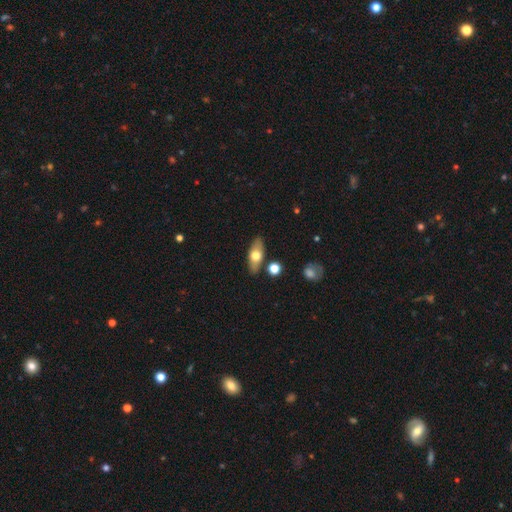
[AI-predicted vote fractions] Q: Smooth or featured?
A: smooth (60%); runner-up: featured or disk (34%)
Q: How rounded?
A: in between (76%); runner-up: cigar-shaped (19%)
Q: Merging?
A: none (83%); runner-up: minor disturbance (10%)